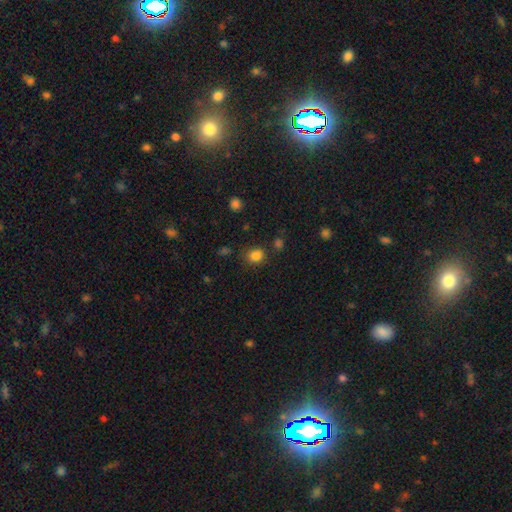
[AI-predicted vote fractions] Smooth or featured? Predicted: smooth (p=0.82). How rounded? Predicted: round (p=0.67). Merging? Predicted: none (p=0.79).